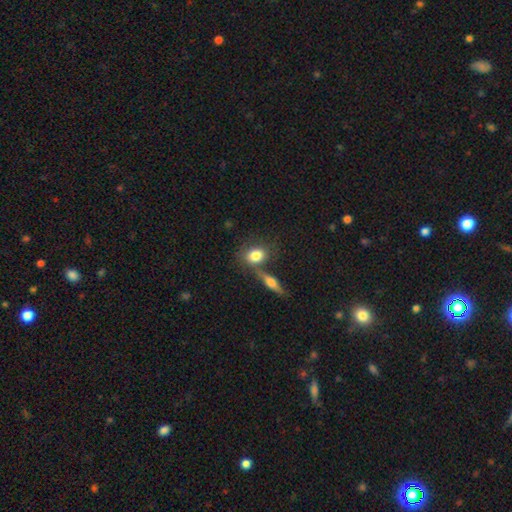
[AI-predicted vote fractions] A smooth galaxy with no disk features (78%) that is in between round and cigar-shaped (53%). Merging: none (57%).